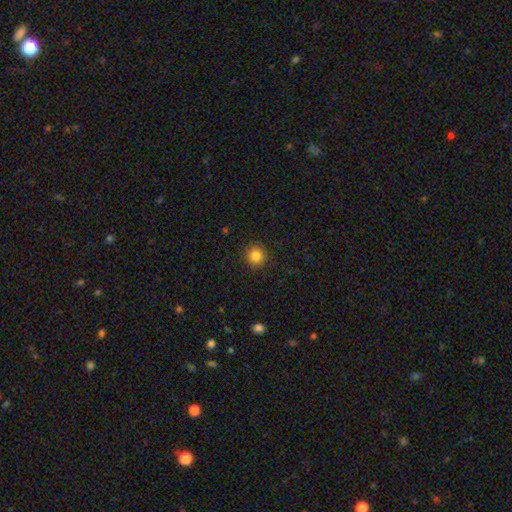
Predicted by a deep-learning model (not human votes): Q: Smooth or featured?
A: smooth (85%); runner-up: star or artifact (11%)
Q: How rounded?
A: round (94%); runner-up: in between (5%)
Q: Merging?
A: none (91%); runner-up: minor disturbance (6%)